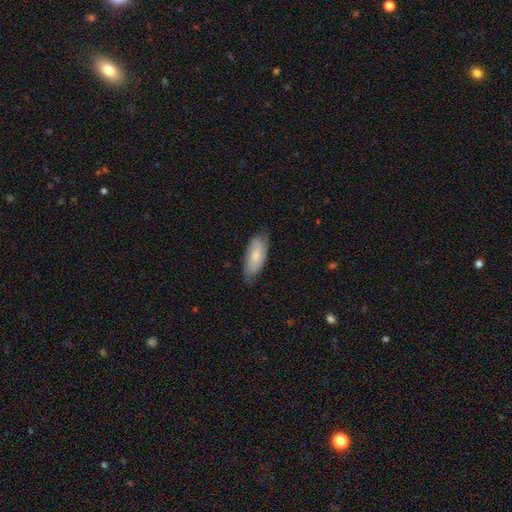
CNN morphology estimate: This is likely a smooth galaxy (73%). How rounded: clearly in between (82%). Merging: likely none (72%).